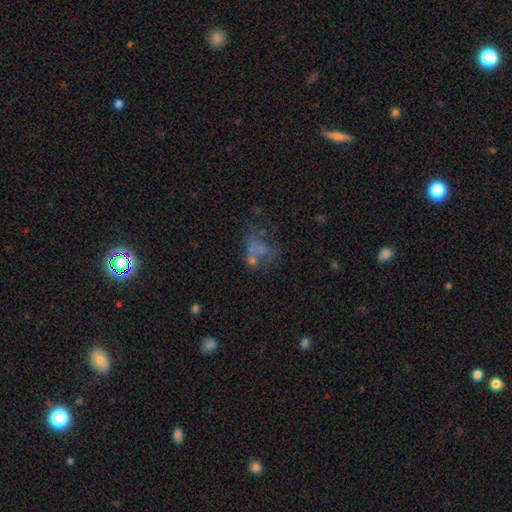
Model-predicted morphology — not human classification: Overall: smooth (40%; featured or disk 39%). Merging: none (31%; major disturbance 30%).